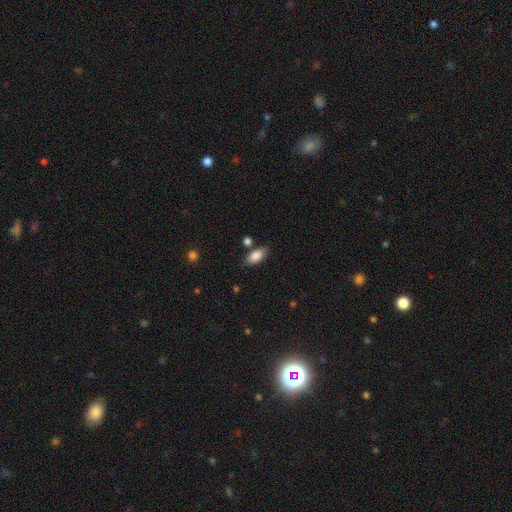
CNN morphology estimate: type=smooth (87%); roundness=in between (89%); merging=none (77%).